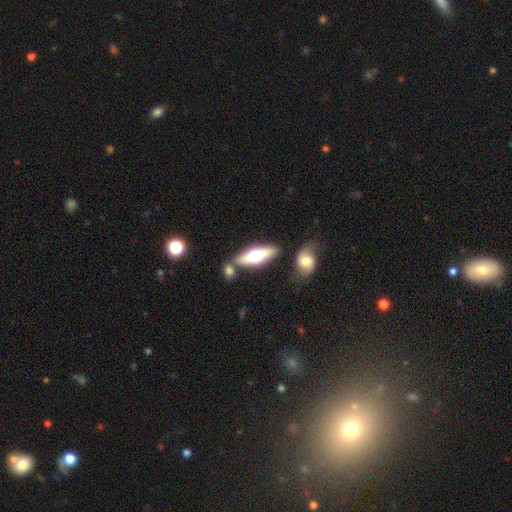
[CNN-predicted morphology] Overall: smooth (47%, tied with featured or disk). Merging: none (71%).